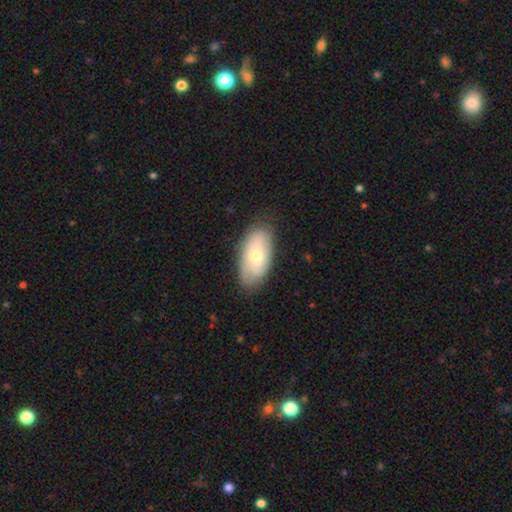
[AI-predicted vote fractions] smooth_or_featured: smooth (p=0.55) [alt: featured or disk p=0.39]
how_rounded: in between (p=0.92) [alt: round p=0.04]
merging: none (p=0.76) [alt: minor disturbance p=0.18]